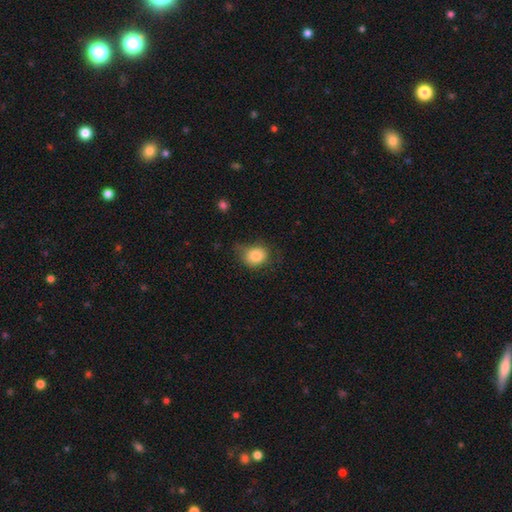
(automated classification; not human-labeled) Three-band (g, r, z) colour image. It shows a smooth galaxy with no disk features (83%) that is round (58%). Merging: none (47%).